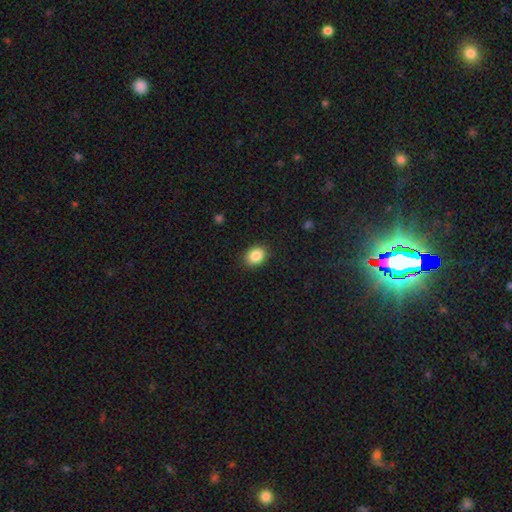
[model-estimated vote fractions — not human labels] This is clearly a smooth galaxy (86%). How rounded: likely in between (62%). Merging: clearly none (88%).